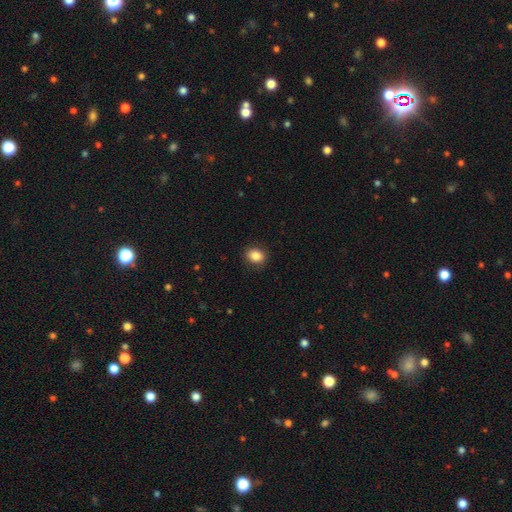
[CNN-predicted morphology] type=smooth (86%); roundness=round (50%); merging=none (88%).